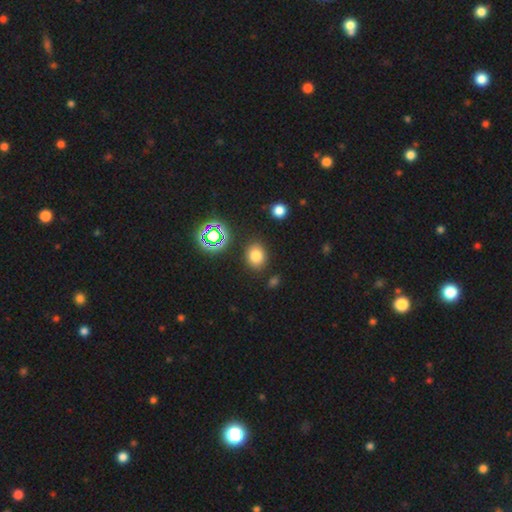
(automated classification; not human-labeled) Smooth or featured: smooth — 75% (star or artifact — 18%)
How rounded: round — 51% (in between — 48%)
Merging: none — 84% (minor disturbance — 9%)